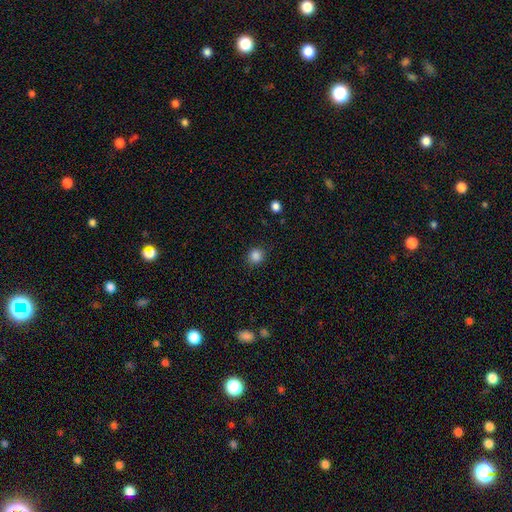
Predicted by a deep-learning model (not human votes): Smooth or featured? smooth (86%)
How rounded? round (86%)
Merging? none (87%)